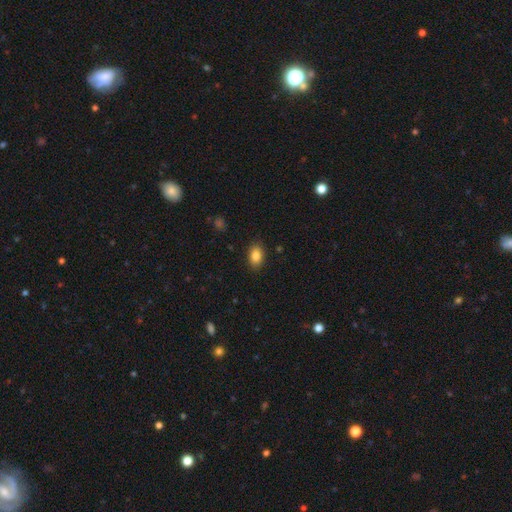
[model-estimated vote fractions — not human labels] A smooth galaxy with no disk features (86%) that is in between round and cigar-shaped (85%).

Vote fractions:
- Smooth or featured? smooth: 86% / star or artifact: 9% / featured or disk: 6%
- How rounded? in between: 85% / round: 14% / cigar-shaped: 1%
- Merging? none: 87% / minor disturbance: 10% / major disturbance: 2% / merger: 1%